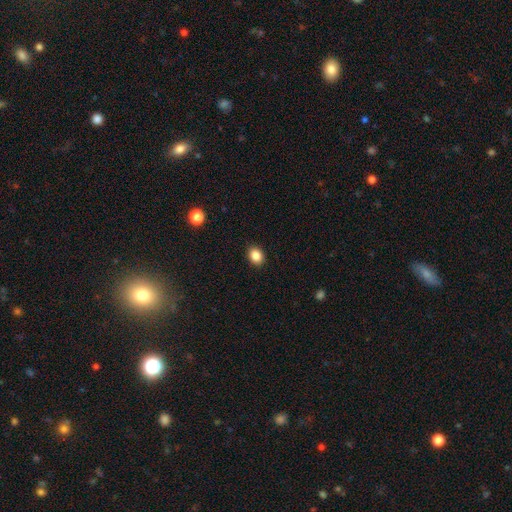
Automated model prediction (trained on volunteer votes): Smooth or featured? Predicted: smooth (p=0.86). How rounded? Predicted: in between (p=0.53). Merging? Predicted: none (p=0.91).